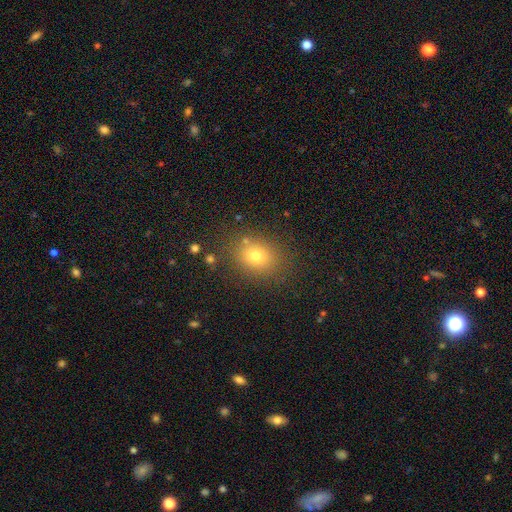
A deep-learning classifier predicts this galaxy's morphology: Smooth or featured? Predicted: smooth (p=0.76). How rounded? Predicted: in between (p=0.52). Merging? Predicted: none (p=0.82).